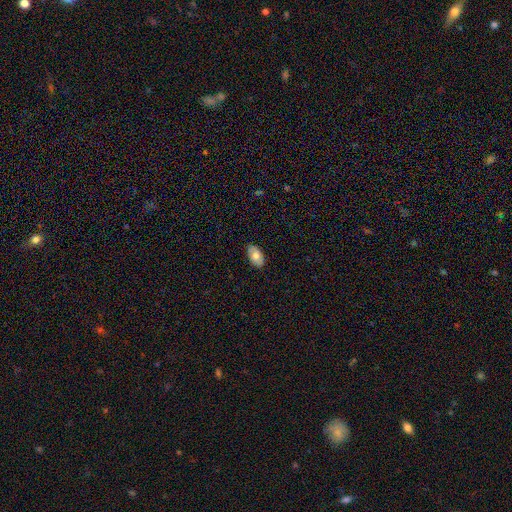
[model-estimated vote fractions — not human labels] The model was most divided on "smooth or featured": smooth: 72%, featured or disk: 22%, star or artifact: 6%. More confident: how rounded — in between (95%); merging — none (86%).